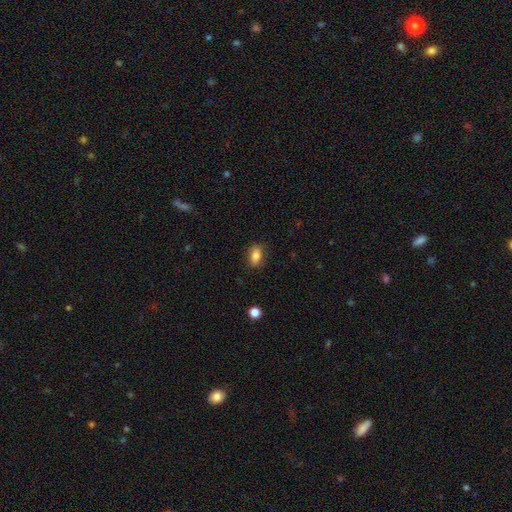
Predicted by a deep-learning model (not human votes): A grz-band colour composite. It shows a smooth galaxy with no disk features (81%) that is in between round and cigar-shaped (82%). Merging: none (82%).